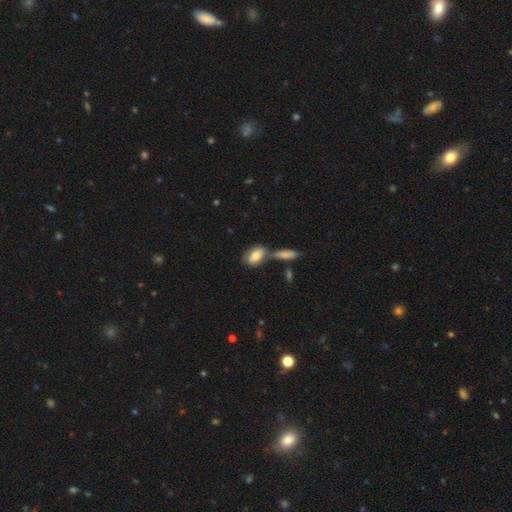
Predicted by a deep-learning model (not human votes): Morphology: type=smooth (71%); roundness=in between (86%); merging=none (40%).